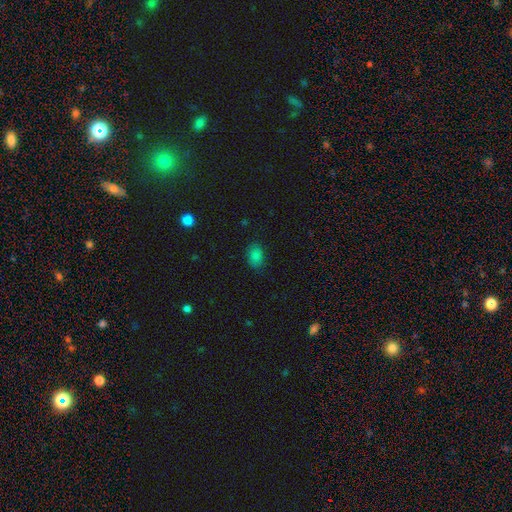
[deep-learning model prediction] A smooth galaxy with no disk features (83%) that is in between round and cigar-shaped (84%).

Vote fractions:
- Smooth or featured? smooth: 83% / star or artifact: 12% / featured or disk: 5%
- How rounded? in between: 84% / round: 15% / cigar-shaped: 1%
- Merging? none: 79% / minor disturbance: 17% / major disturbance: 4% / merger: 1%